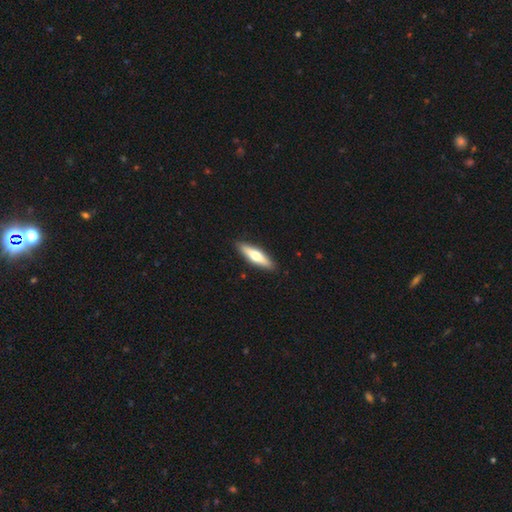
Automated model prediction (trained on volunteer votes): Smooth or featured: smooth — 50% (featured or disk — 45%)
How rounded: cigar-shaped — 70% (in between — 29%)
Merging: none — 91% (minor disturbance — 7%)